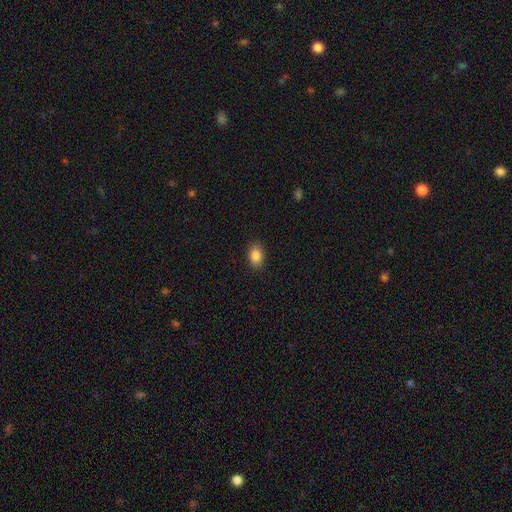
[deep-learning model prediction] A smooth galaxy with no disk features (86%) that is in between round and cigar-shaped (79%).

Vote fractions:
- Smooth or featured? smooth: 86% / star or artifact: 9% / featured or disk: 5%
- How rounded? in between: 79% / round: 20% / cigar-shaped: 1%
- Merging? none: 89% / minor disturbance: 8% / major disturbance: 2% / merger: 1%